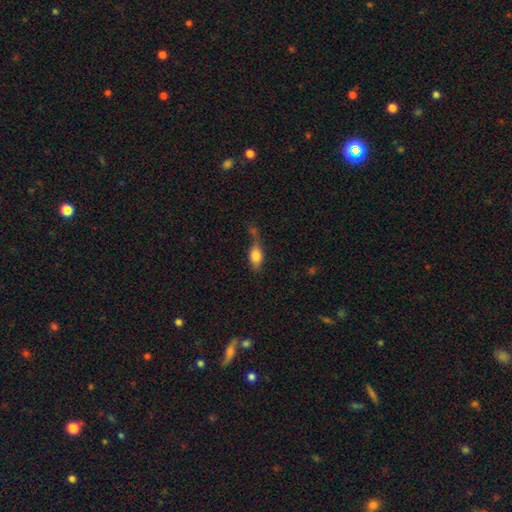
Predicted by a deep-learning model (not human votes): Q: Smooth or featured?
A: smooth (79%); runner-up: featured or disk (13%)
Q: How rounded?
A: in between (84%); runner-up: cigar-shaped (9%)
Q: Merging?
A: none (36%); runner-up: minor disturbance (25%)